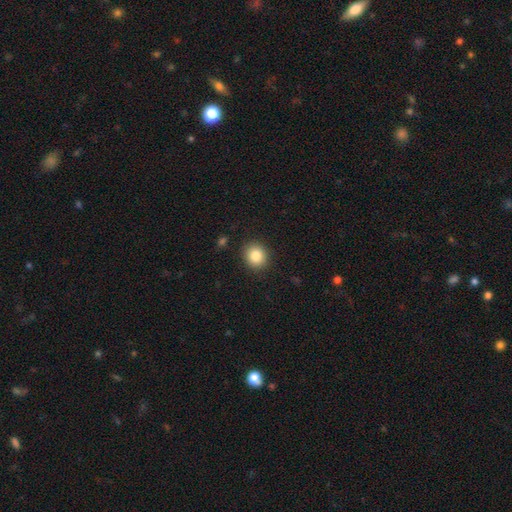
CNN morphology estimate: Overall: smooth (83%). How rounded: round (79%). Merging: none (90%).